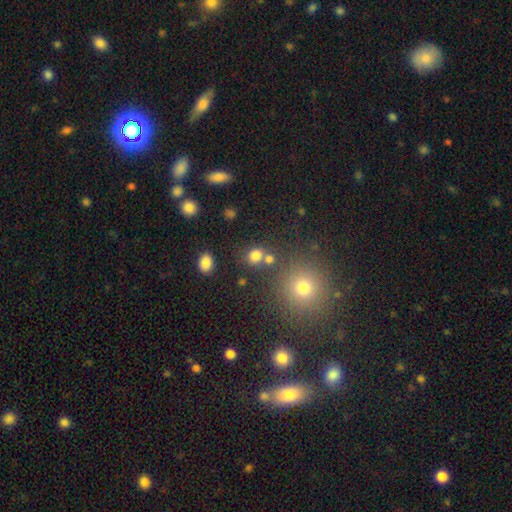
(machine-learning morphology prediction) This is likely a smooth galaxy (77%). How rounded: likely round (74%). Merging: likely none (62%).